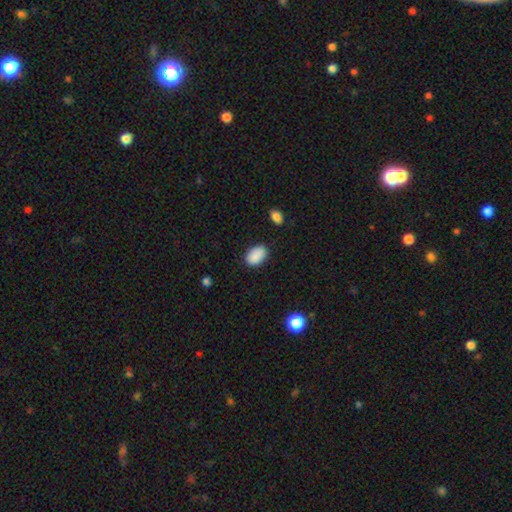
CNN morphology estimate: This is clearly a smooth galaxy (89%). How rounded: clearly in between (89%). Merging: clearly none (81%).